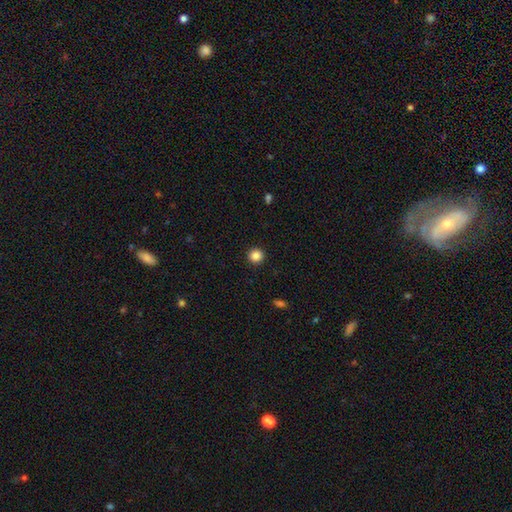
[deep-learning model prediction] Morphology: type=smooth (86%); roundness=round (95%); merging=none (93%).